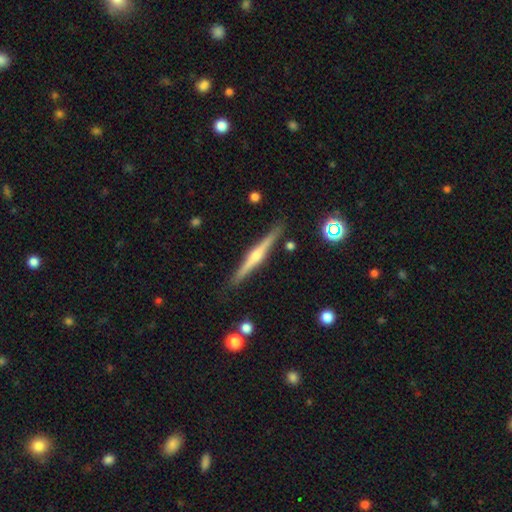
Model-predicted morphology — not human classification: featured or disk 77%, smooth 18%, star or artifact 6%. Down the decision tree: edge-on disk — yes (98%); edge-on bulge — rounded (85%); merging — none (90%).